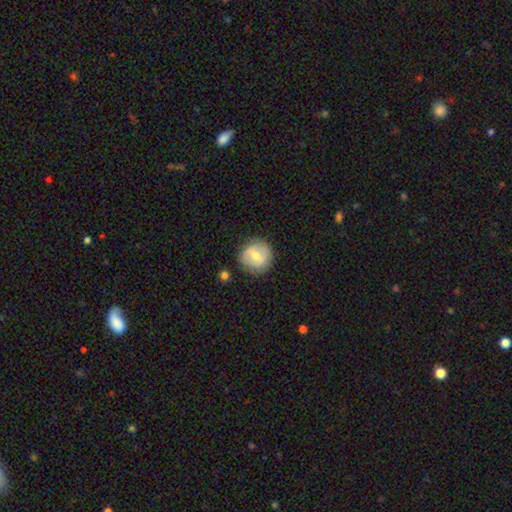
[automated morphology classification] The model was most divided on "smooth or featured": smooth: 59%, featured or disk: 33%, star or artifact: 7%. More confident: how rounded — round (91%); merging — none (84%).